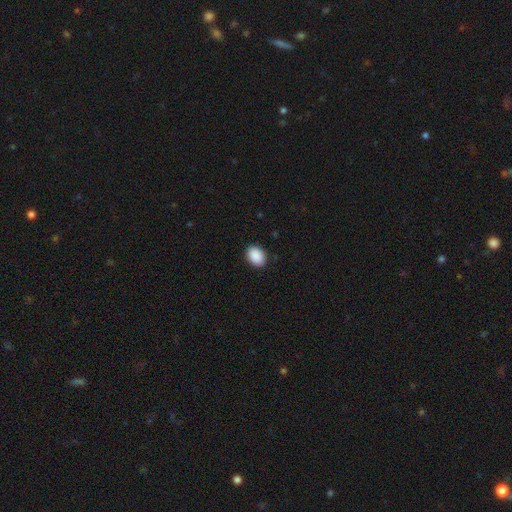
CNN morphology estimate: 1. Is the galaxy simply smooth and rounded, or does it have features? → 91% smooth, 7% star or artifact, 2% featured or disk.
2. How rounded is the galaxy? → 77% in between, 22% round, 1% cigar-shaped.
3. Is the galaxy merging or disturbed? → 89% none, 8% minor disturbance, 2% major disturbance, 1% merger.